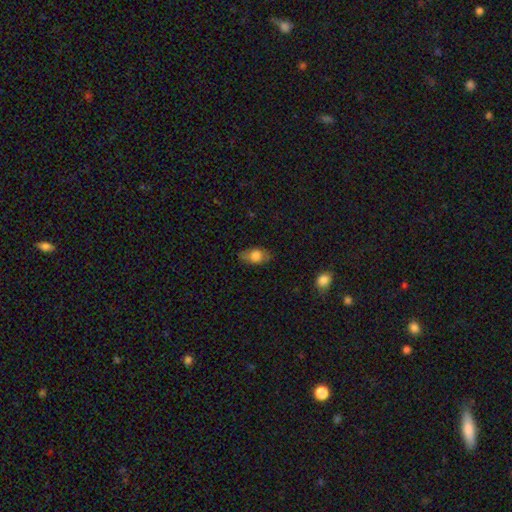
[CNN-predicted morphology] Smooth or featured?
  - smooth: 75% *
  - featured or disk: 17%
  - star or artifact: 8%
How rounded?
  - in between: 86% *
  - round: 10%
  - cigar-shaped: 3%
Merging?
  - none: 77% *
  - minor disturbance: 18%
  - major disturbance: 4%
  - merger: 1%